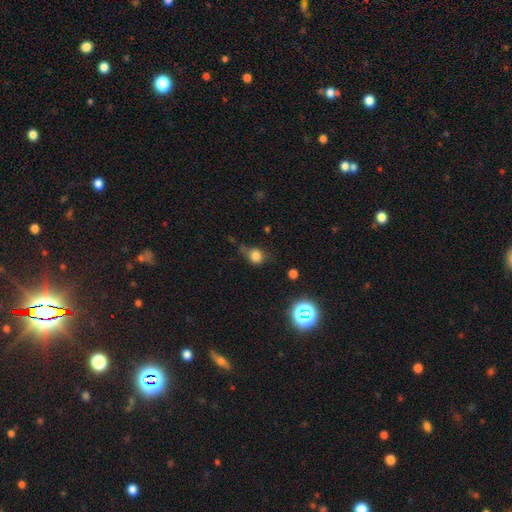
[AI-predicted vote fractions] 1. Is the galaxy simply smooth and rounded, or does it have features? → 77% smooth, 14% star or artifact, 9% featured or disk.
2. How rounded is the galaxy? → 64% round, 34% in between, 2% cigar-shaped.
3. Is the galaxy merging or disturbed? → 44% none, 33% minor disturbance, 17% major disturbance, 6% merger.